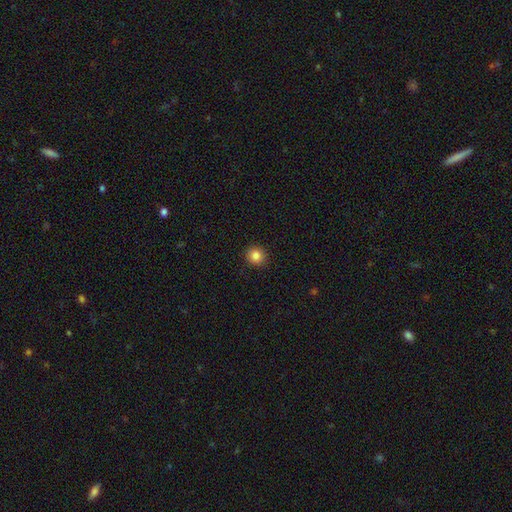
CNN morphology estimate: A smooth galaxy with no disk features (84%) that is round (89%).

Vote fractions:
- Smooth or featured? smooth: 84% / star or artifact: 10% / featured or disk: 5%
- How rounded? round: 89% / in between: 10% / cigar-shaped: 1%
- Merging? none: 92% / minor disturbance: 5% / major disturbance: 2% / merger: 1%